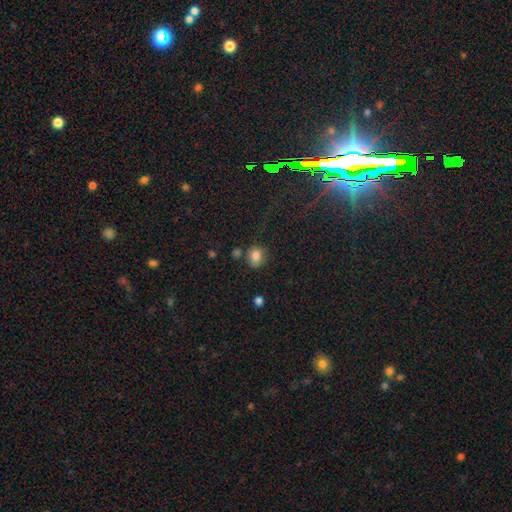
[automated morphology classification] This appears to be a smooth galaxy with no disk features (82%) that is round (60%). Merging: none (69%).